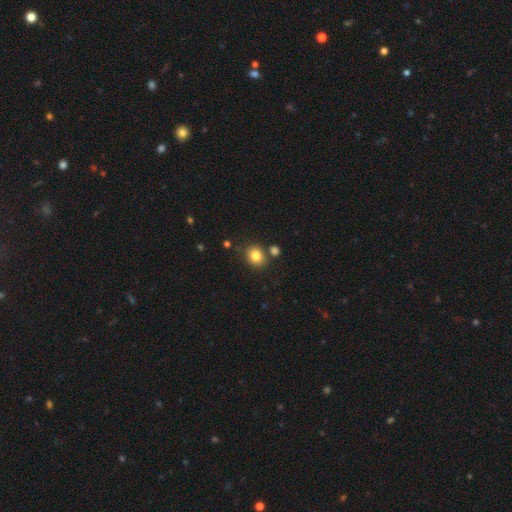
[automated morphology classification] The model was most divided on "how rounded": round: 67%, in between: 32%, cigar-shaped: 1%. More confident: smooth or featured — smooth (82%); merging — none (76%).